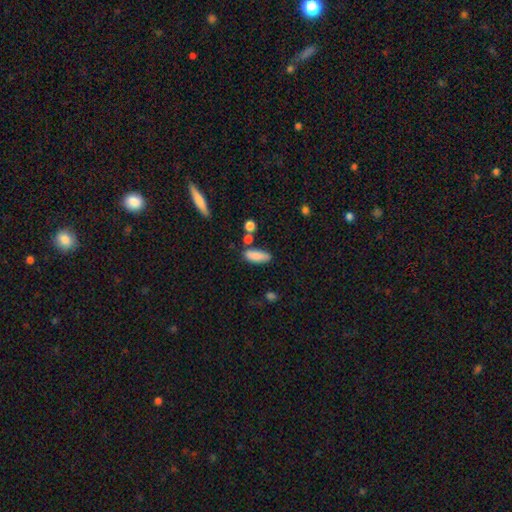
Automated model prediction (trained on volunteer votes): Smooth or featured: smooth — 85% (featured or disk — 8%)
How rounded: in between — 67% (cigar-shaped — 30%)
Merging: none — 63% (minor disturbance — 19%)